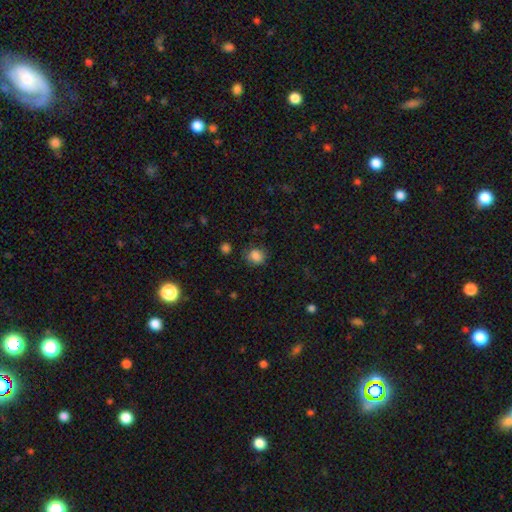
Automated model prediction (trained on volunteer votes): Q: Smooth or featured?
A: smooth (84%); runner-up: star or artifact (11%)
Q: How rounded?
A: round (71%); runner-up: in between (28%)
Q: Merging?
A: none (77%); runner-up: minor disturbance (16%)